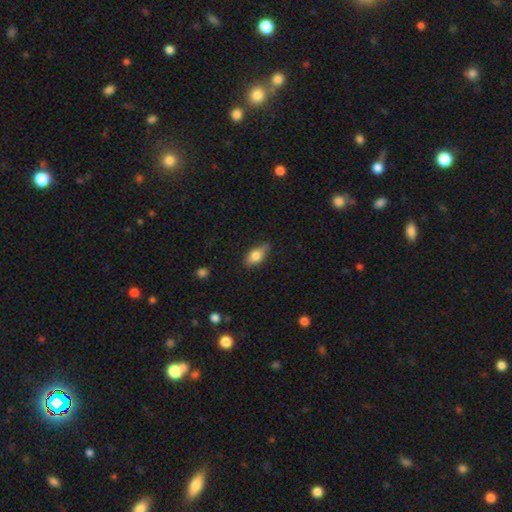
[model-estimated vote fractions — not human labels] smooth_or_featured: smooth (p=0.76) [alt: featured or disk p=0.17]
how_rounded: in between (p=0.85) [alt: cigar-shaped p=0.09]
merging: none (p=0.63) [alt: minor disturbance p=0.30]